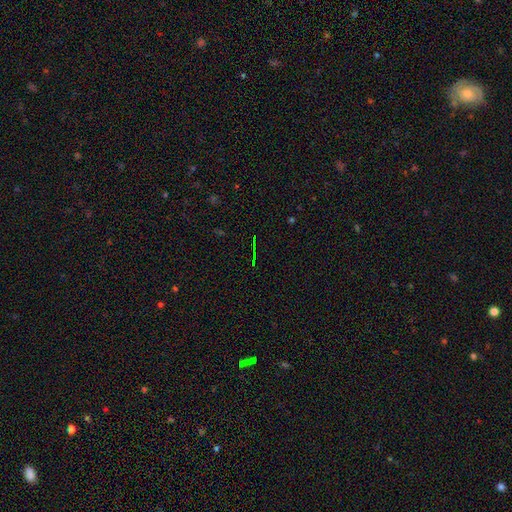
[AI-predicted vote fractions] Smooth or featured? Predicted: star or artifact (p=0.76).